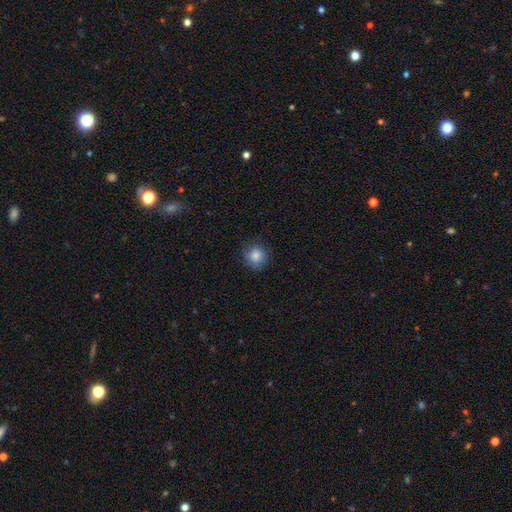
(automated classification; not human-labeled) A smooth galaxy with no disk features (83%) that is round (86%). Merging: none (78%).